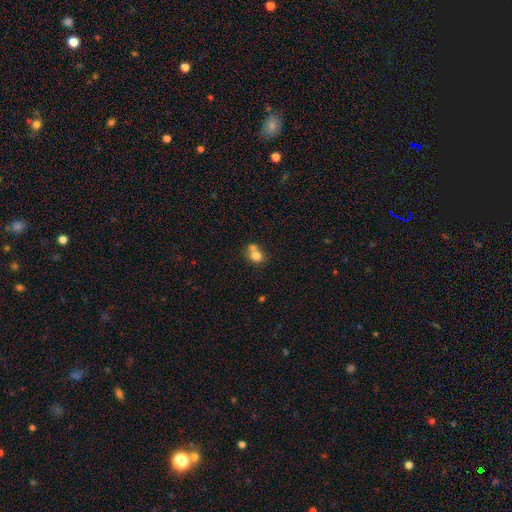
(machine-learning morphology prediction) This is likely a smooth galaxy (75%). How rounded: likely round (64%). Merging: possibly merger (52%).